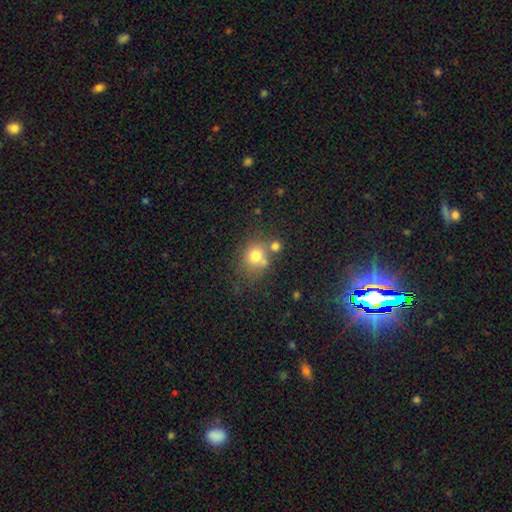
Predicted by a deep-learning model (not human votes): Morphology: type=smooth (73%); roundness=round (75%); merging=none (55%).